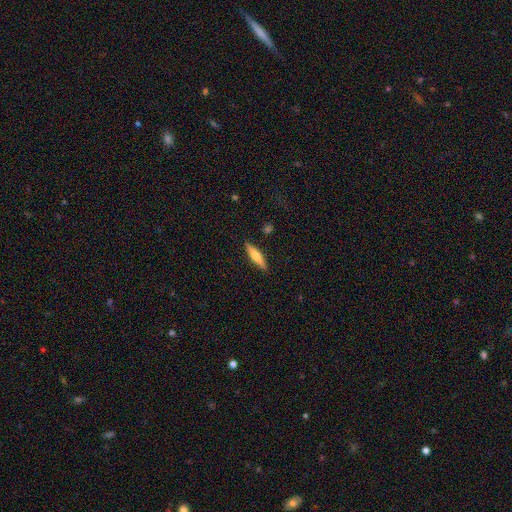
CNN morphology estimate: Smooth or featured? Predicted: smooth (p=0.50). How rounded? Predicted: cigar-shaped (p=0.79). Merging? Predicted: none (p=0.89).